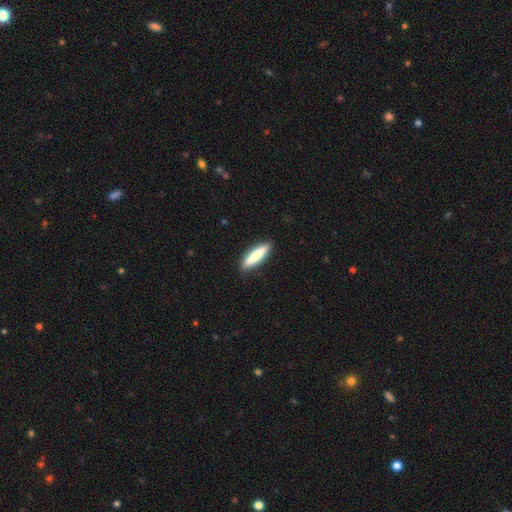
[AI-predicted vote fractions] This is likely a smooth galaxy (79%). How rounded: clearly cigar-shaped (80%). Merging: clearly none (89%).